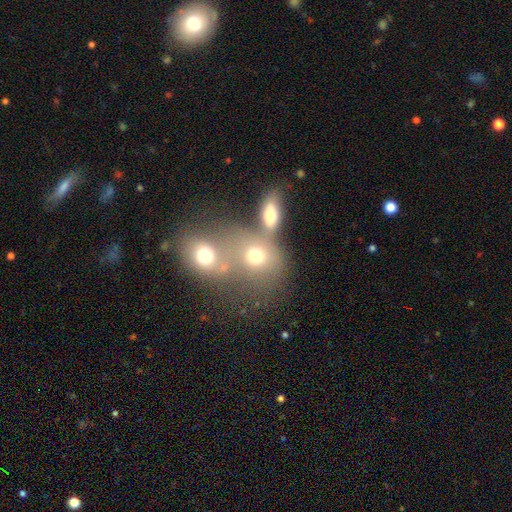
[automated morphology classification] type=smooth (71%); roundness=round (66%); merging=merger (54%).